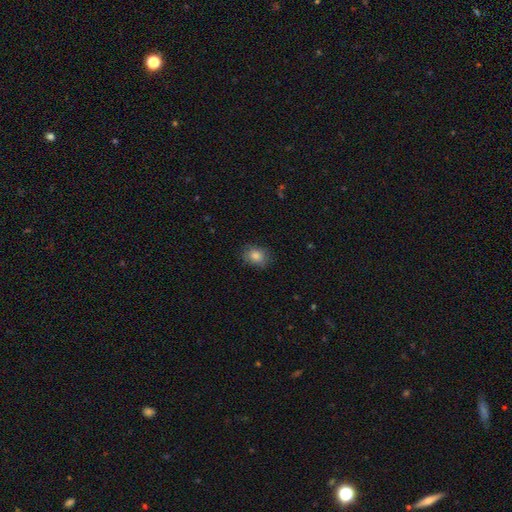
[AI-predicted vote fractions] smooth_or_featured: smooth (p=0.83) [alt: star or artifact p=0.10]
how_rounded: in between (p=0.57) [alt: round p=0.42]
merging: none (p=0.82) [alt: minor disturbance p=0.14]